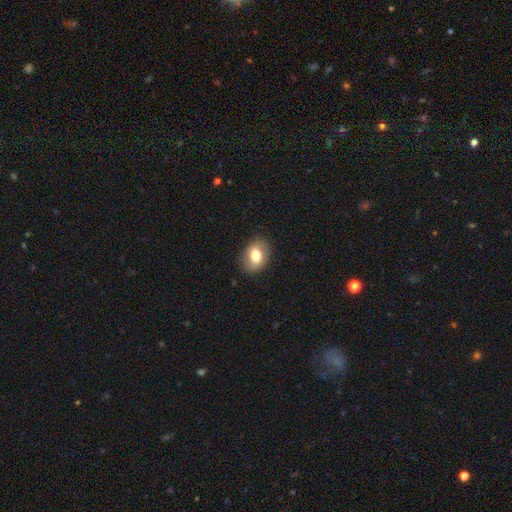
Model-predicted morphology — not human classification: smooth 74%, featured or disk 18%, star or artifact 8%. Down the decision tree: how rounded — in between (66%); merging — none (85%).